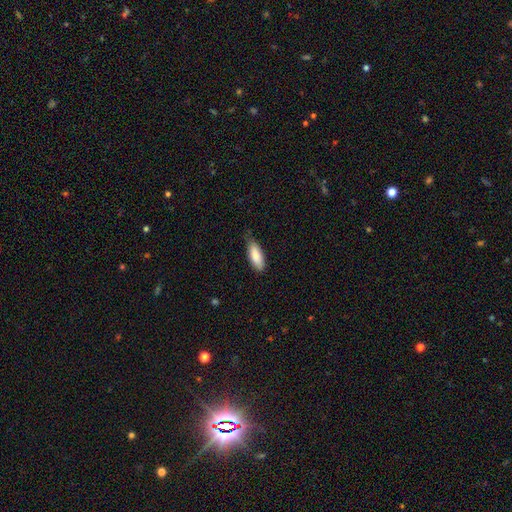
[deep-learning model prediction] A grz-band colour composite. It shows a smooth galaxy with no disk features (86%) that is in between round and cigar-shaped (68%). Merging: none (66%).